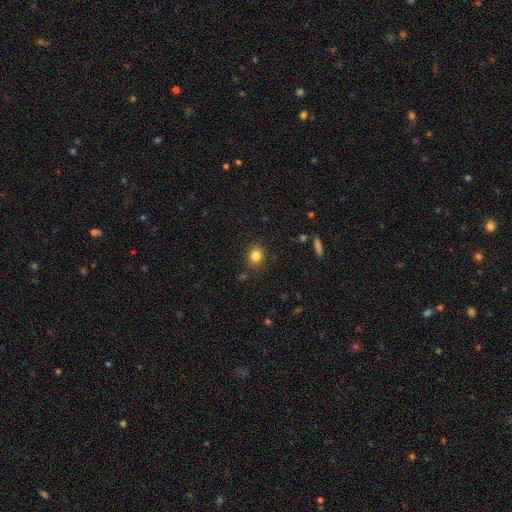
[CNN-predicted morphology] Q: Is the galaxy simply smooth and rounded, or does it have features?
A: smooth — 83%.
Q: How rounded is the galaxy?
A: round — 70%.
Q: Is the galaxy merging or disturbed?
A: none — 87%.